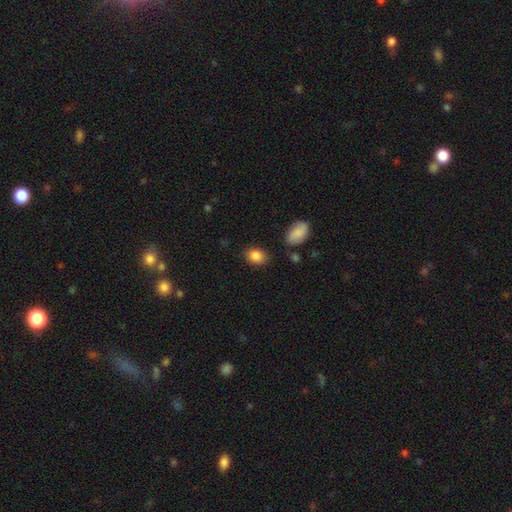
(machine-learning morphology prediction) The model was most divided on "how rounded": in between: 67%, round: 32%, cigar-shaped: 1%. More confident: smooth or featured — smooth (87%); merging — none (81%).